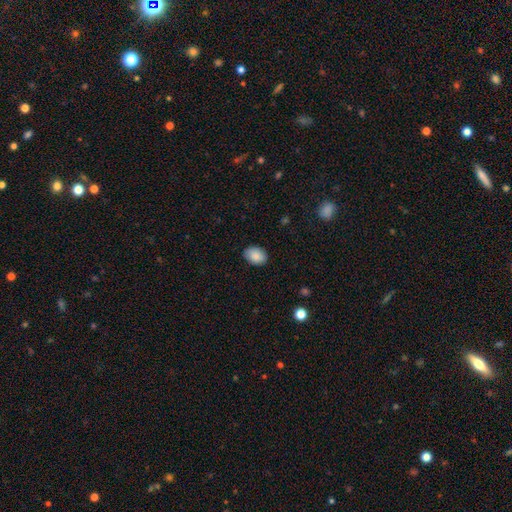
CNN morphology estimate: This appears to be a smooth galaxy with no disk features (88%) that is in between round and cigar-shaped (76%). Merging: none (84%).